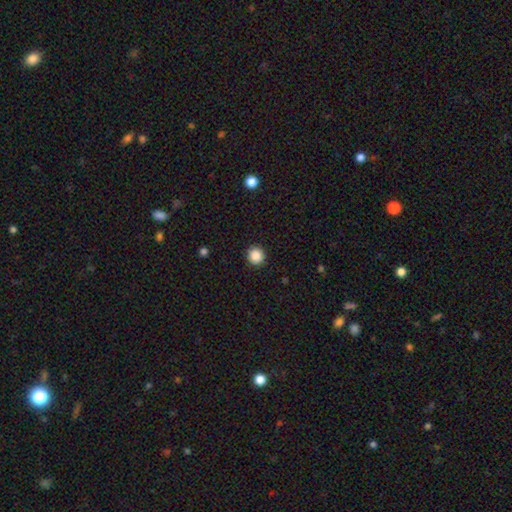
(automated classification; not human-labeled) This is clearly a smooth galaxy (88%). How rounded: clearly round (93%). Merging: clearly none (92%).